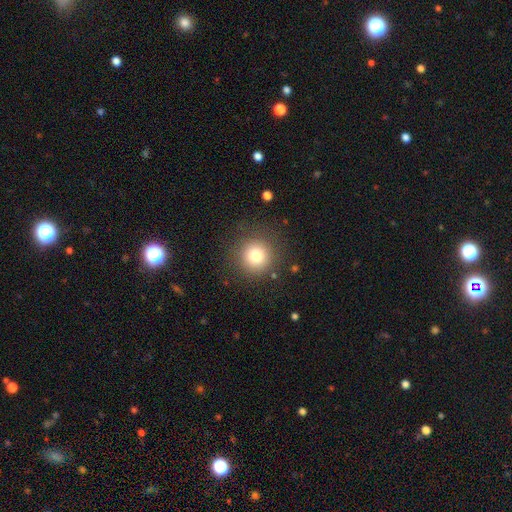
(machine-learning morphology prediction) type=smooth (79%); roundness=round (95%); merging=none (87%).